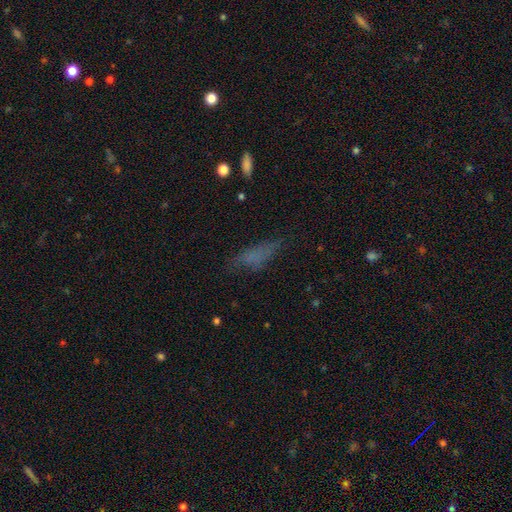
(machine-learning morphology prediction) Smooth or featured? smooth (60%)
How rounded? cigar-shaped (49%)
Merging? none (56%)